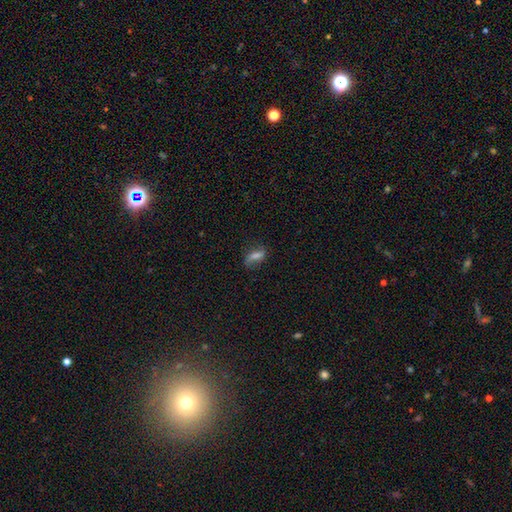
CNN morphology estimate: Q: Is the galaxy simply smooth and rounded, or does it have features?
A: smooth — 55%.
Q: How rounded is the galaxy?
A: in between — 72%.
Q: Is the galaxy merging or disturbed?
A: none — 71%.